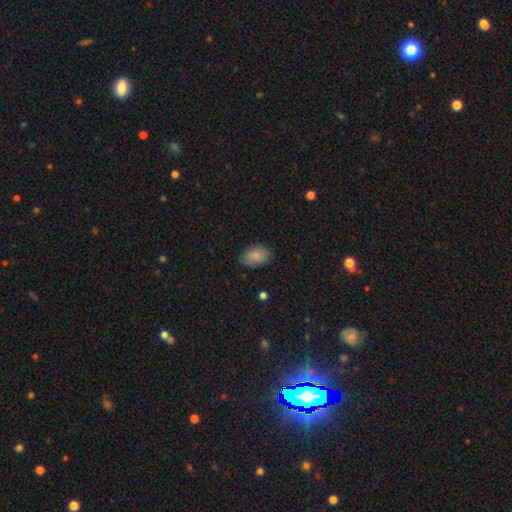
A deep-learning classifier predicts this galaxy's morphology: Smooth or featured? Predicted: smooth (p=0.85). How rounded? Predicted: in between (p=0.88). Merging? Predicted: none (p=0.81).